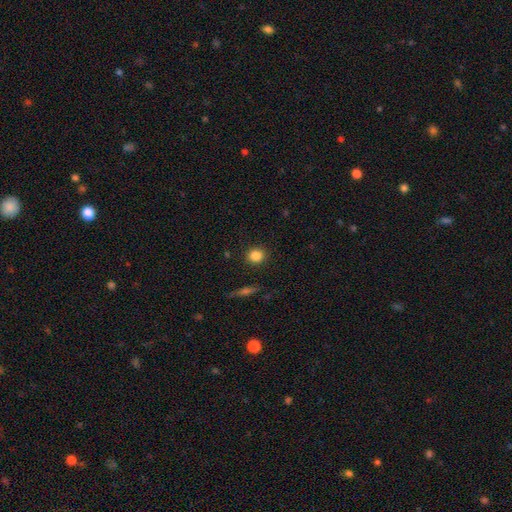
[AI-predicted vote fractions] smooth-or-featured: smooth: 84% | star or artifact: 10% | featured or disk: 5%
  how-rounded: round: 82% | in between: 16% | cigar-shaped: 2%
  merging: none: 90% | minor disturbance: 6% | major disturbance: 2% | merger: 1%